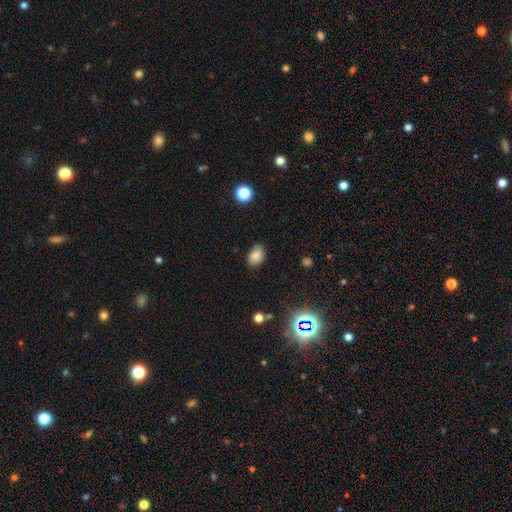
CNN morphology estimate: smooth 78%, star or artifact 11%, featured or disk 11%. Down the decision tree: how rounded — in between (86%); merging — none (77%).